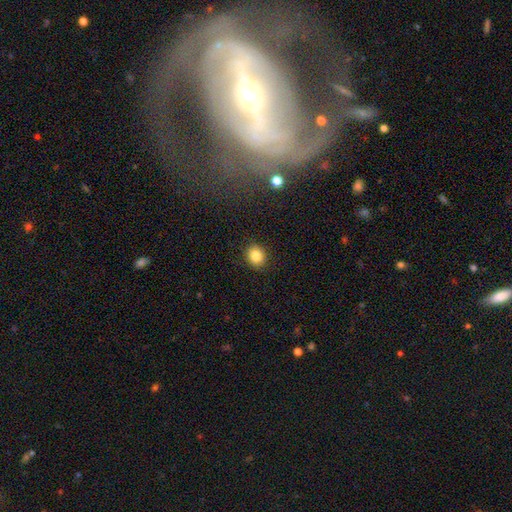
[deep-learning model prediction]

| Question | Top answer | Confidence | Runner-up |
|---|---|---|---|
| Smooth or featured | smooth | 85% | star or artifact (10%) |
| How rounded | round | 73% | in between (26%) |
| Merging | none | 90% | minor disturbance (7%) |